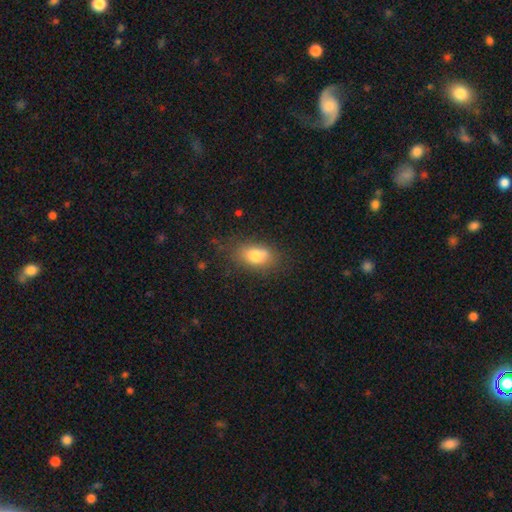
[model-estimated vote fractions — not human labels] A smooth galaxy with no disk features (77%) that is in between round and cigar-shaped (82%). Merging: none (69%).